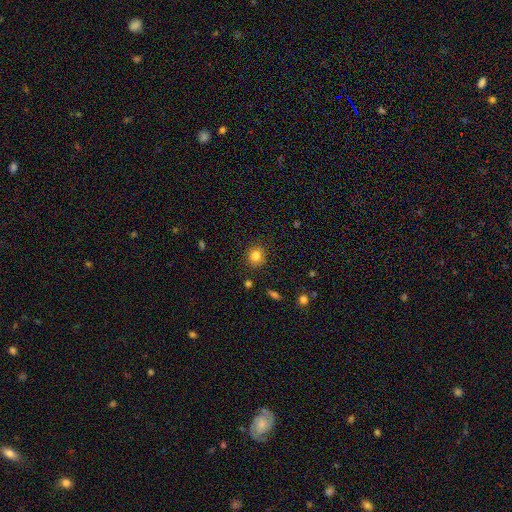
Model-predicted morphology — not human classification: type=smooth (80%); roundness=round (83%); merging=none (84%).